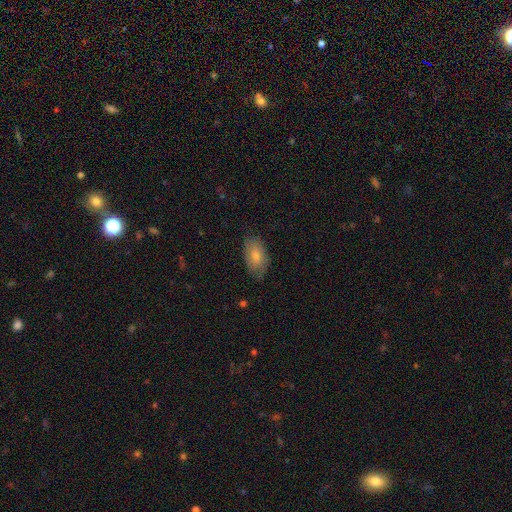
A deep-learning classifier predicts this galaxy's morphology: smooth 76%, featured or disk 18%, star or artifact 6%. Down the decision tree: how rounded — in between (93%); merging — none (72%).